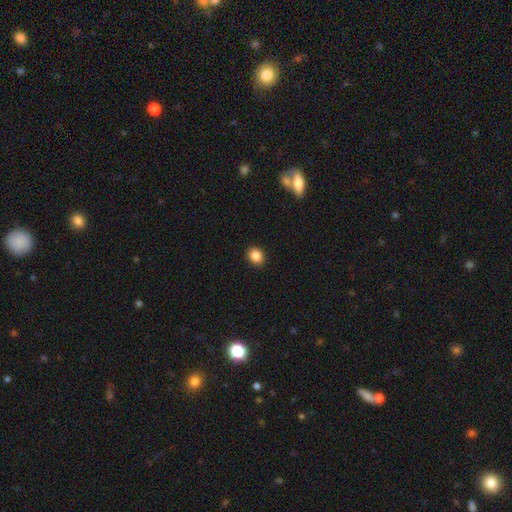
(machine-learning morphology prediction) smooth-or-featured: smooth: 87% | star or artifact: 10% | featured or disk: 4%
  how-rounded: round: 60% | in between: 40% | cigar-shaped: 1%
  merging: none: 91% | minor disturbance: 6% | major disturbance: 2% | merger: 1%